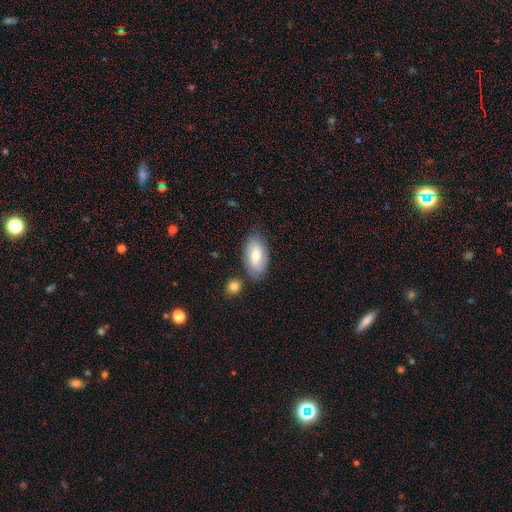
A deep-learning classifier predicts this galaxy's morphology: This is likely a smooth galaxy (62%). How rounded: clearly in between (92%). Merging: likely none (73%).